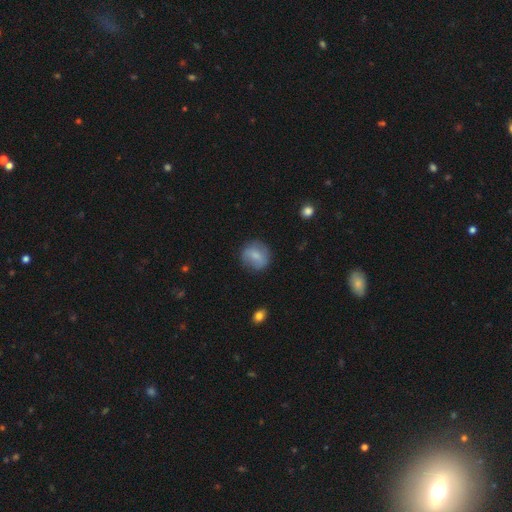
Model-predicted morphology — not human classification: smooth-or-featured: smooth: 73% | featured or disk: 20% | star or artifact: 8%
  how-rounded: round: 78% | in between: 20% | cigar-shaped: 1%
  merging: none: 75% | minor disturbance: 18% | major disturbance: 6% | merger: 1%